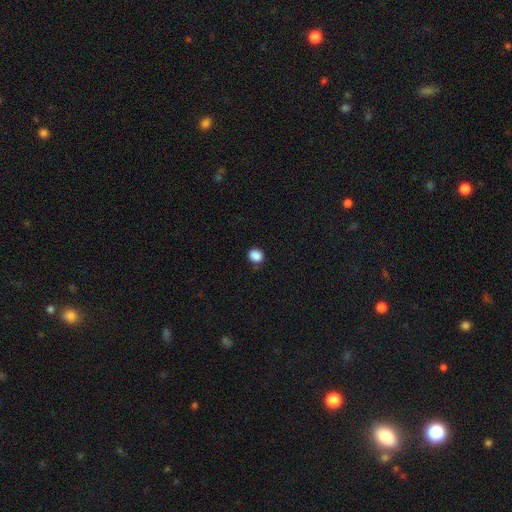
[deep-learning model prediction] smooth-or-featured: smooth: 87% | star or artifact: 10% | featured or disk: 3%
  how-rounded: round: 77% | in between: 22% | cigar-shaped: 1%
  merging: none: 82% | minor disturbance: 14% | major disturbance: 3% | merger: 2%